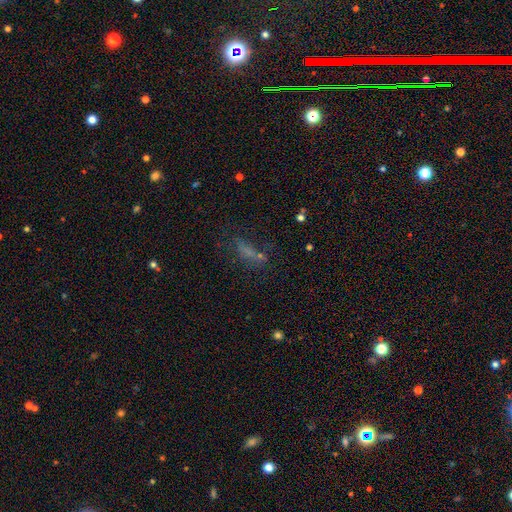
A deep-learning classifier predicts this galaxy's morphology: Smooth or featured: smooth — 55% (star or artifact — 26%)
How rounded: cigar-shaped — 48% (in between — 46%)
Merging: none — 53% (minor disturbance — 20%)